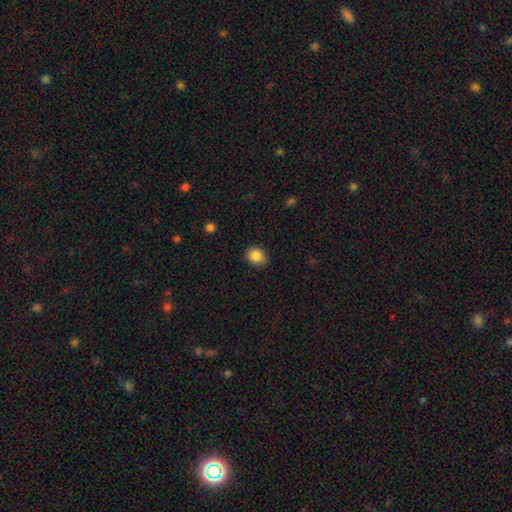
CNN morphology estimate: smooth_or_featured: smooth (p=0.87) [alt: star or artifact p=0.09]
how_rounded: round (p=0.51) [alt: in between p=0.48]
merging: none (p=0.81) [alt: minor disturbance p=0.15]